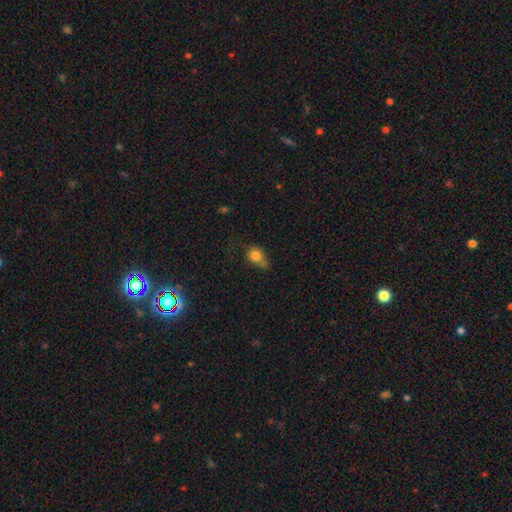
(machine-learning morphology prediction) A smooth galaxy with no disk features (78%) that is round (53%). Merging: minor disturbance (37%).